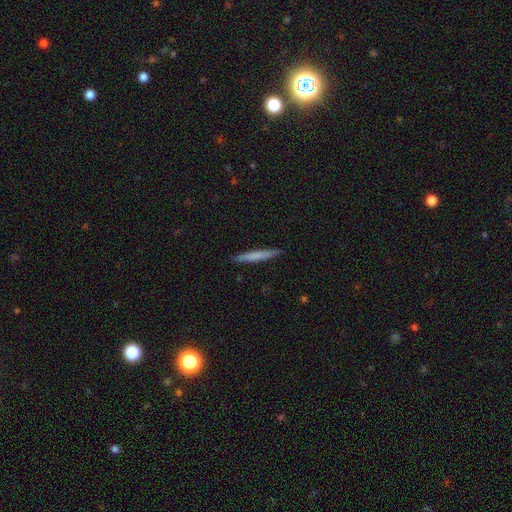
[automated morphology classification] smooth 68%, featured or disk 27%, star or artifact 5%. Down the decision tree: how rounded — cigar-shaped (97%); merging — none (91%).